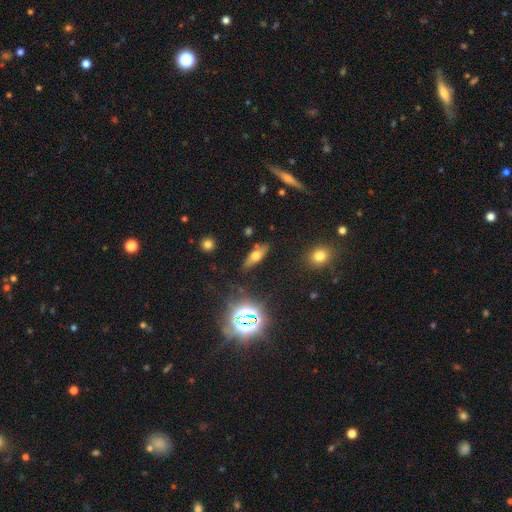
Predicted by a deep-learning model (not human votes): Smooth or featured?
  - smooth: 53% *
  - featured or disk: 30%
  - star or artifact: 16%
How rounded?
  - in between: 58% *
  - cigar-shaped: 36%
  - round: 6%
Merging?
  - none: 79% *
  - minor disturbance: 14%
  - merger: 4%
  - major disturbance: 4%